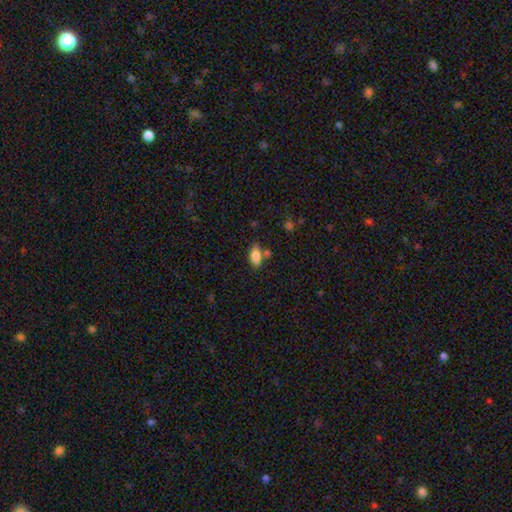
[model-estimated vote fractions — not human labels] Overall: smooth (77%). How rounded: in between (85%). Merging: none (69%).